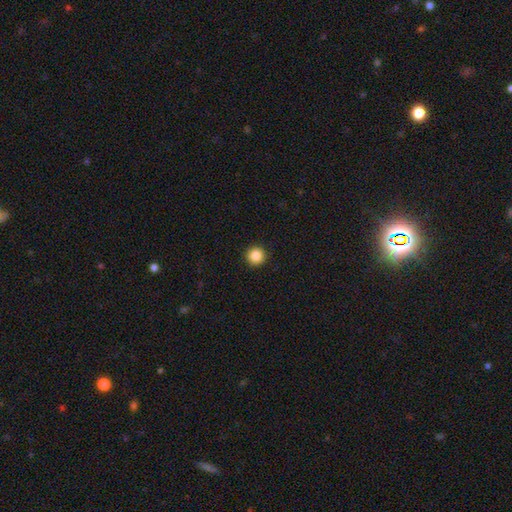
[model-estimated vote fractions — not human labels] This is clearly a smooth galaxy (86%). How rounded: clearly round (96%). Merging: clearly none (94%).